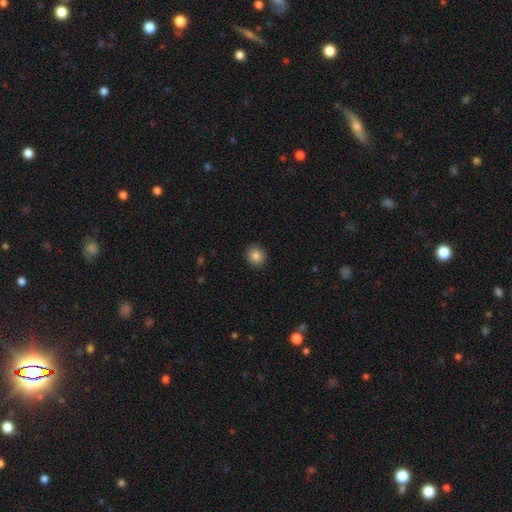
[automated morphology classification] A smooth galaxy with no disk features (84%) that is round (85%). Merging: none (91%).